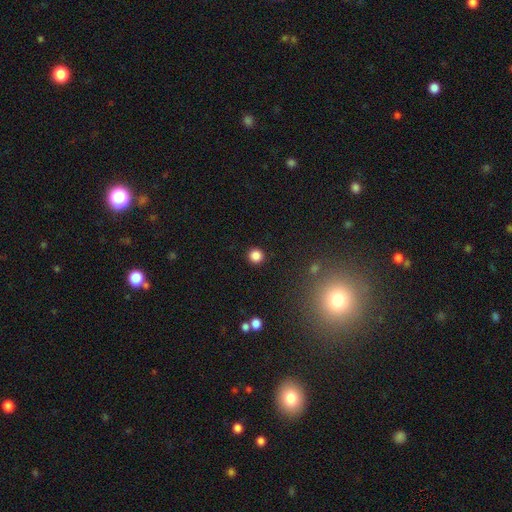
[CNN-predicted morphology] A smooth galaxy with no disk features (84%) that is round (94%).

Vote fractions:
- Smooth or featured? smooth: 84% / star or artifact: 12% / featured or disk: 3%
- How rounded? round: 94% / in between: 5% / cigar-shaped: 1%
- Merging? none: 92% / minor disturbance: 5% / major disturbance: 2% / merger: 1%